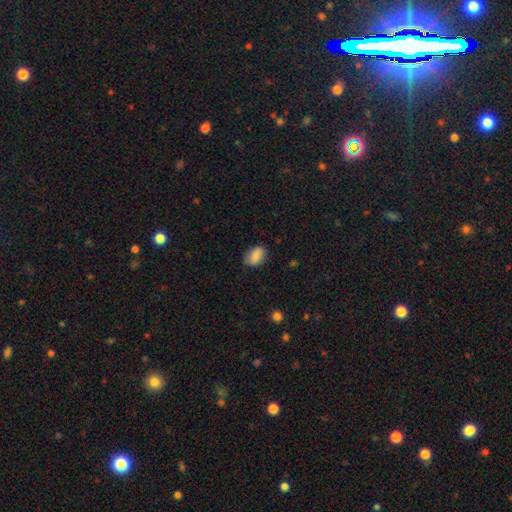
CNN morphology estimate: The model was most divided on "merging": none: 79%, minor disturbance: 16%, major disturbance: 4%, merger: 1%. More confident: smooth or featured — smooth (84%); how rounded — in between (82%).